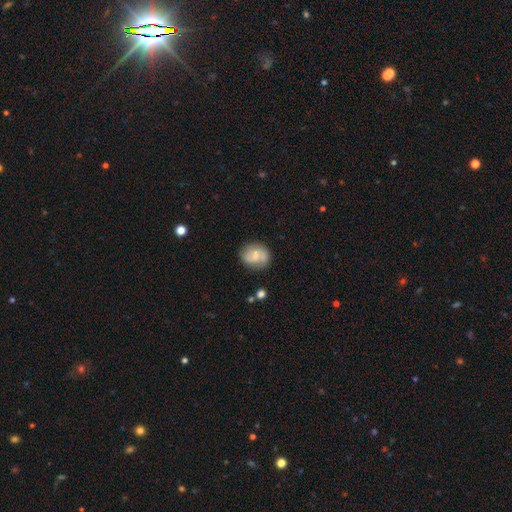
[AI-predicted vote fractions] smooth-or-featured: smooth: 51% | featured or disk: 41% | star or artifact: 8%
  how-rounded: round: 59% | in between: 40% | cigar-shaped: 1%
  merging: none: 74% | minor disturbance: 18% | major disturbance: 5% | merger: 4%